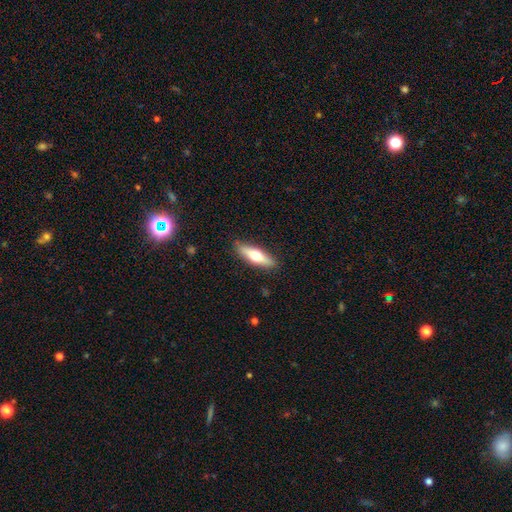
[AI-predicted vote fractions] The model was most divided on "smooth or featured": smooth: 56%, featured or disk: 39%, star or artifact: 6%. More confident: merging — none (88%); how rounded — cigar-shaped (60%).